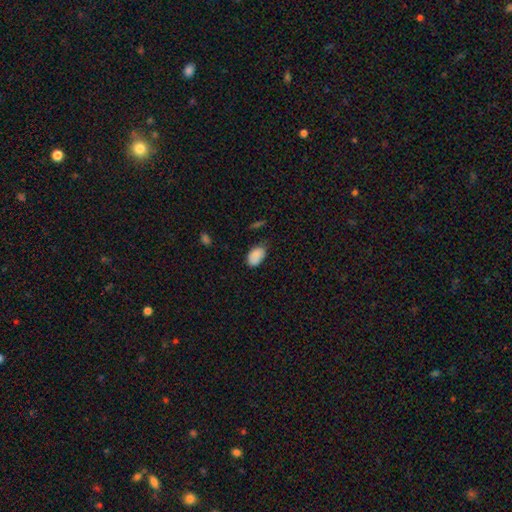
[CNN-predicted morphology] The model was most divided on "merging": none: 63%, minor disturbance: 30%, major disturbance: 6%, merger: 2%. More confident: how rounded — in between (92%); smooth or featured — smooth (87%).